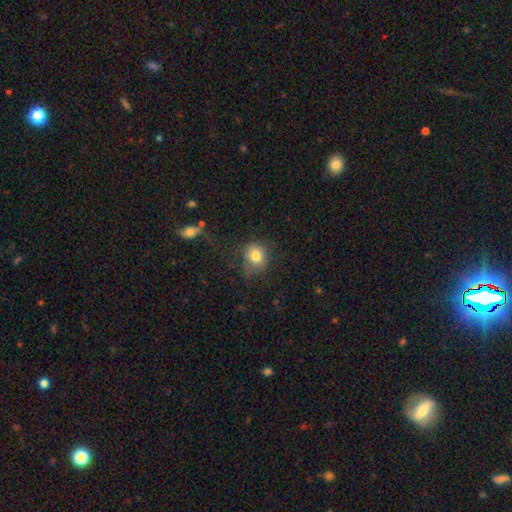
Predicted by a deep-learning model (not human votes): Morphology: type=smooth (77%); roundness=round (66%); merging=none (56%).